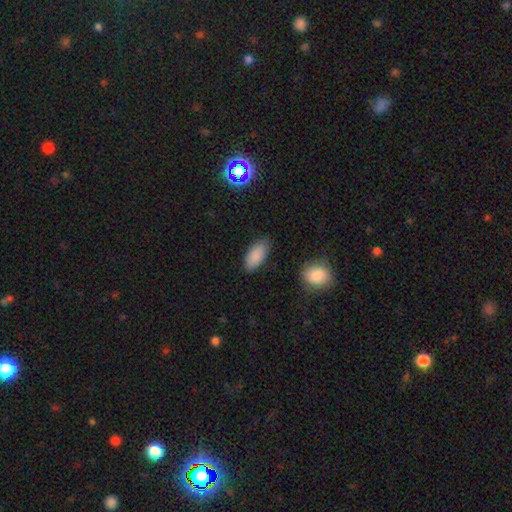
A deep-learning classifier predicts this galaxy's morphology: Smooth or featured? smooth (88%)
How rounded? in between (92%)
Merging? none (81%)